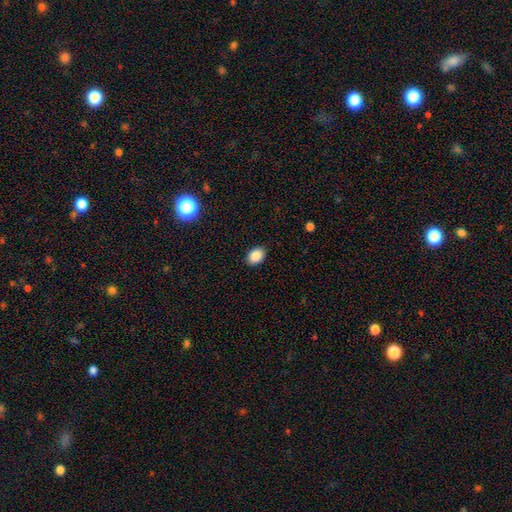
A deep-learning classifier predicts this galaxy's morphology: Q: Smooth or featured?
A: smooth (88%); runner-up: star or artifact (8%)
Q: How rounded?
A: in between (75%); runner-up: round (24%)
Q: Merging?
A: none (89%); runner-up: minor disturbance (8%)